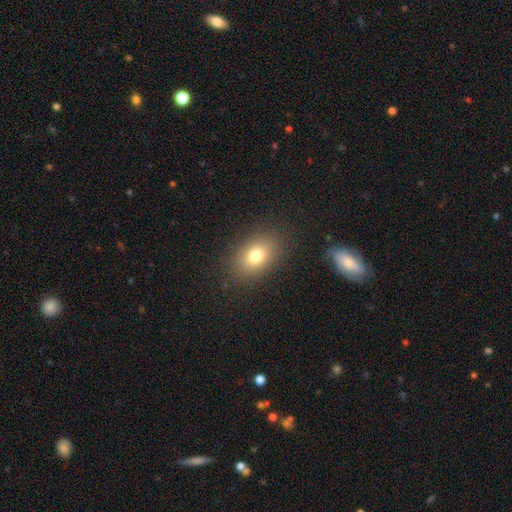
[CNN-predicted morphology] Q: Smooth or featured?
A: smooth (77%); runner-up: featured or disk (12%)
Q: How rounded?
A: in between (79%); runner-up: round (20%)
Q: Merging?
A: none (86%); runner-up: minor disturbance (9%)